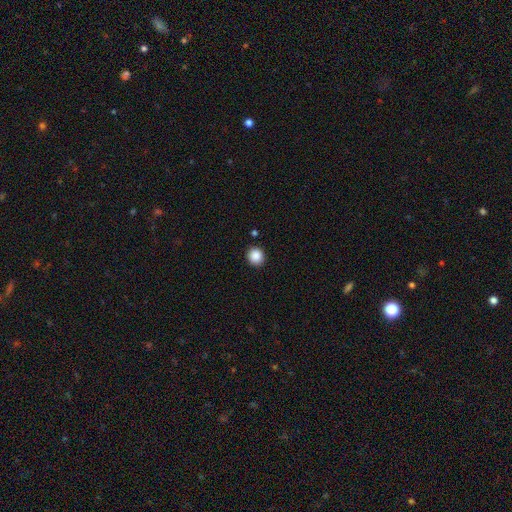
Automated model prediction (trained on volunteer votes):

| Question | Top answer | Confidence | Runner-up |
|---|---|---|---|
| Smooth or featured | smooth | 88% | star or artifact (9%) |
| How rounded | round | 88% | in between (11%) |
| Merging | none | 90% | minor disturbance (6%) |